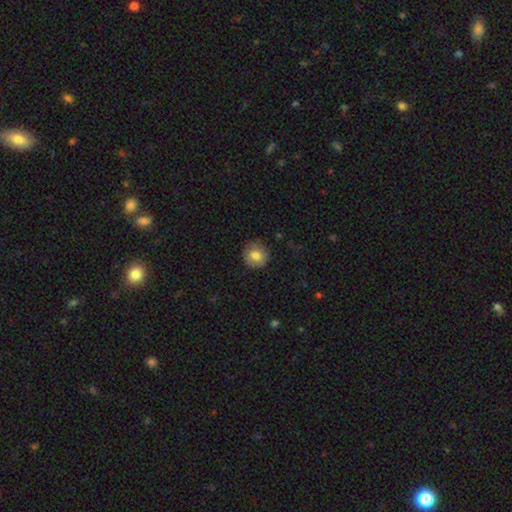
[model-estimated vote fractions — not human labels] smooth_or_featured: smooth (p=0.79) [alt: featured or disk p=0.12]
how_rounded: round (p=0.92) [alt: in between p=0.07]
merging: none (p=0.85) [alt: minor disturbance p=0.11]